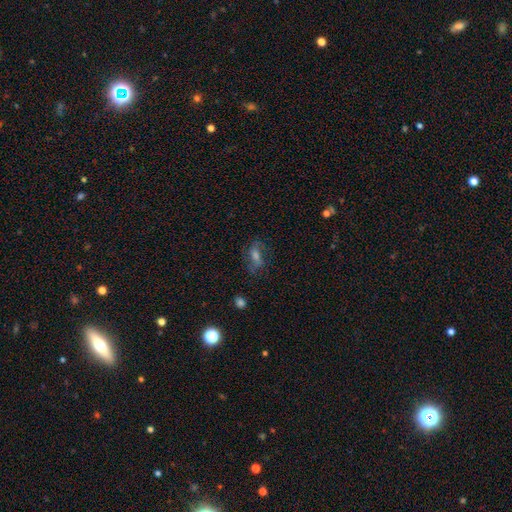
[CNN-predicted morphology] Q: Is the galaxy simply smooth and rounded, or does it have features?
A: featured or disk — 47%.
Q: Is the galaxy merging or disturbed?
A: none — 72%.